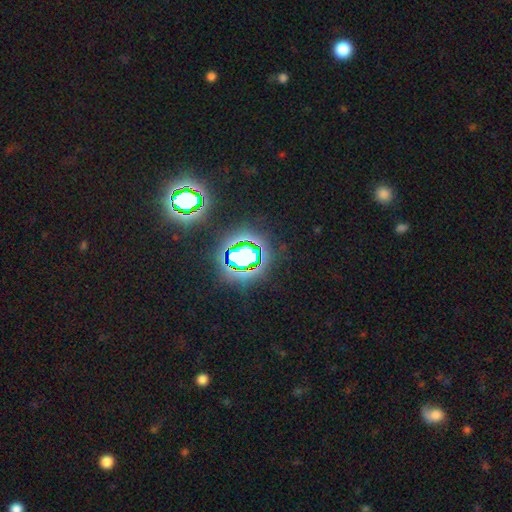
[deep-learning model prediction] smooth-or-featured: star or artifact: 79% | smooth: 14% | featured or disk: 7%